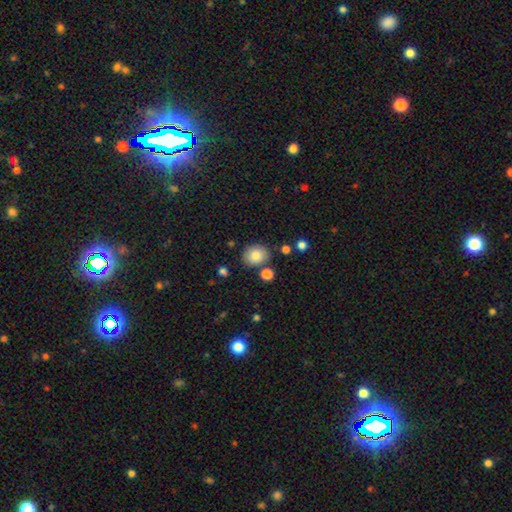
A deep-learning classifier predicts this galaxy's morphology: This is clearly a smooth galaxy (83%). How rounded: likely round (61%). Merging: clearly none (80%).